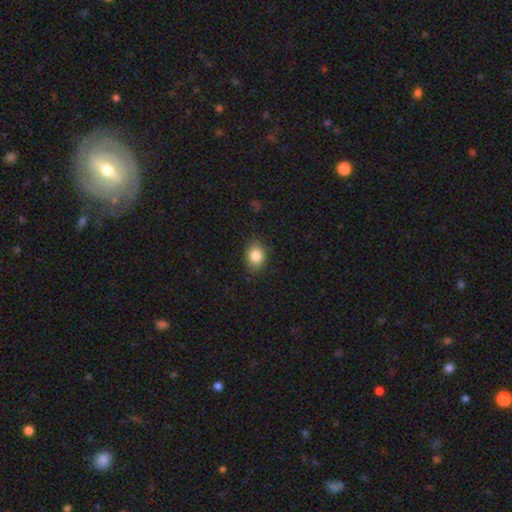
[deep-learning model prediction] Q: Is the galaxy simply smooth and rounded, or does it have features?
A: smooth — 84%.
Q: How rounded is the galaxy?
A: in between — 61%.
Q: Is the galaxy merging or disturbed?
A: none — 86%.